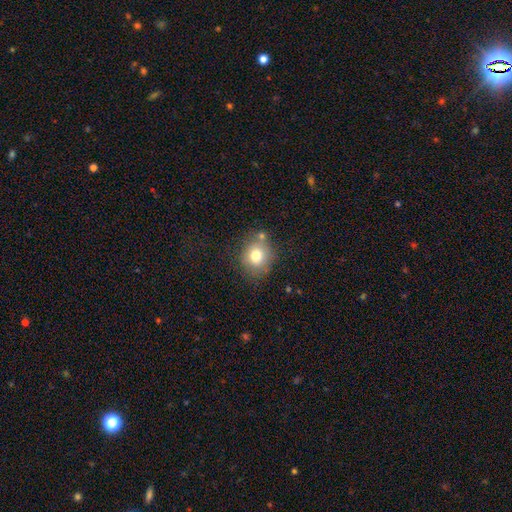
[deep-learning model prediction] The model was most divided on "how rounded": round: 71%, in between: 28%, cigar-shaped: 1%. More confident: smooth or featured — smooth (77%); merging — none (71%).